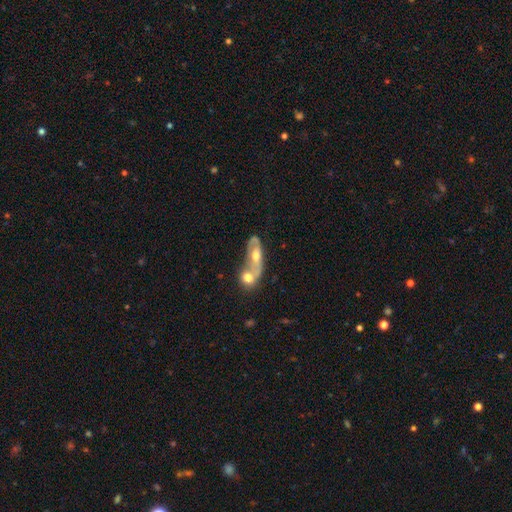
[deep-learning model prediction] This appears to be a featured or disk galaxy (53%). Merging: merger (64%).